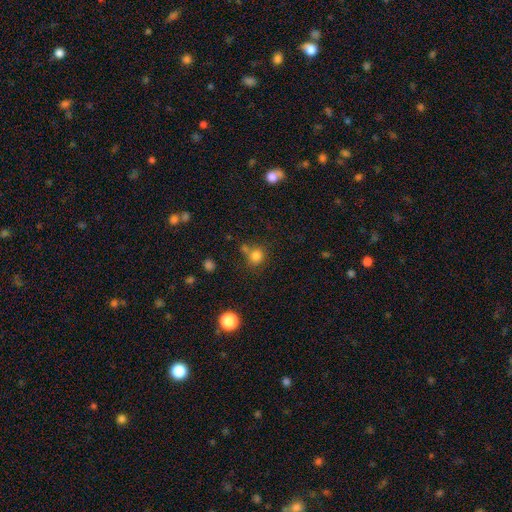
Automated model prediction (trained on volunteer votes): Smooth or featured: smooth — 79% (star or artifact — 14%)
How rounded: round — 81% (in between — 18%)
Merging: none — 62% (merger — 21%)